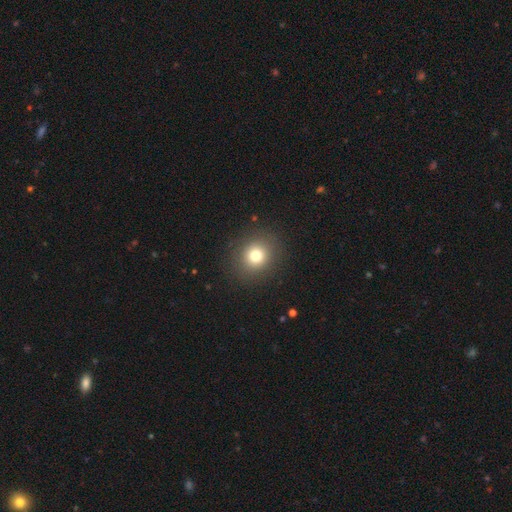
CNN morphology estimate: type=smooth (77%); roundness=round (82%); merging=none (89%).